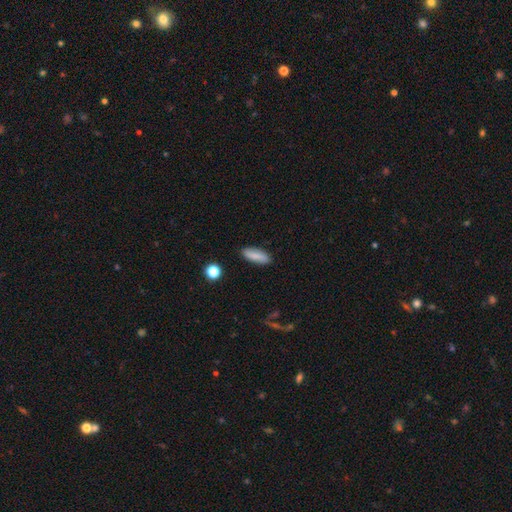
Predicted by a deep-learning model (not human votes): Smooth or featured? smooth (81%)
How rounded? in between (58%)
Merging? none (87%)